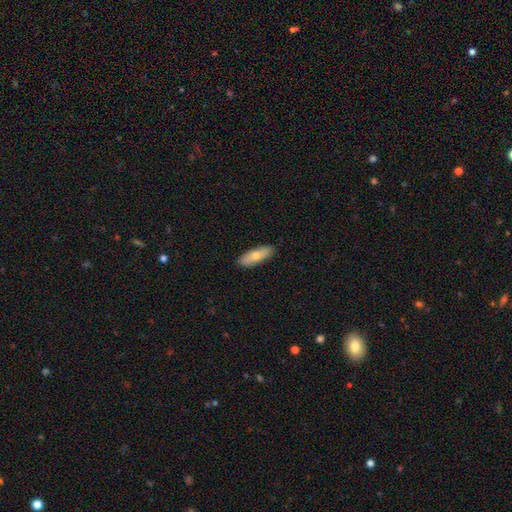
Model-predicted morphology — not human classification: smooth_or_featured: smooth (p=0.71) [alt: featured or disk p=0.24]
how_rounded: in between (p=0.60) [alt: cigar-shaped p=0.37]
merging: none (p=0.87) [alt: minor disturbance p=0.10]